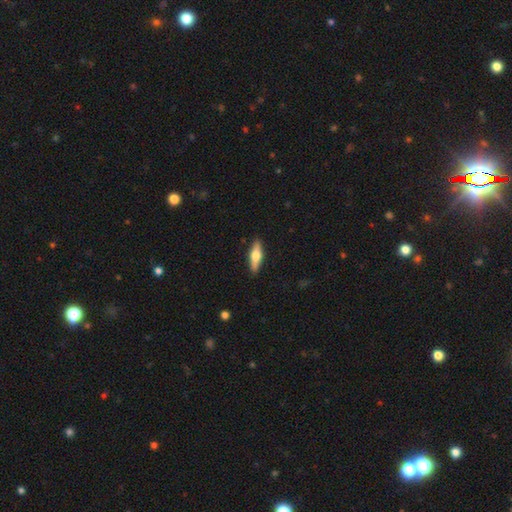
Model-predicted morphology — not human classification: Q: Smooth or featured?
A: featured or disk (49%); runner-up: smooth (45%)
Q: Merging?
A: none (89%); runner-up: minor disturbance (8%)